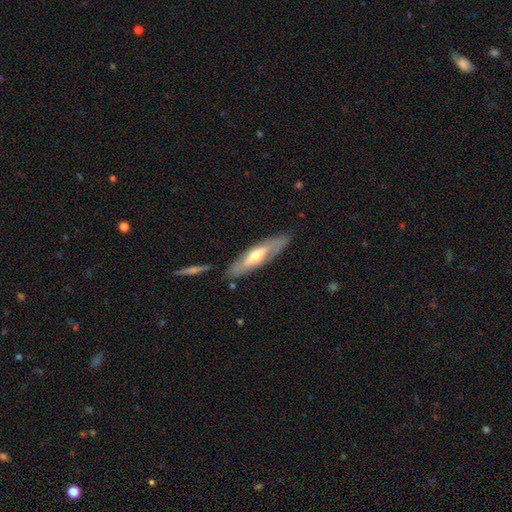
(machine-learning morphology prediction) A featured or disk galaxy (55%) viewed edge-on (55%).

Vote fractions:
- Smooth or featured? featured or disk: 55% / smooth: 40% / star or artifact: 5%
- Edge-on disk? yes: 55% / no: 45%
- Merging? none: 80% / minor disturbance: 14% / major disturbance: 3% / merger: 3%